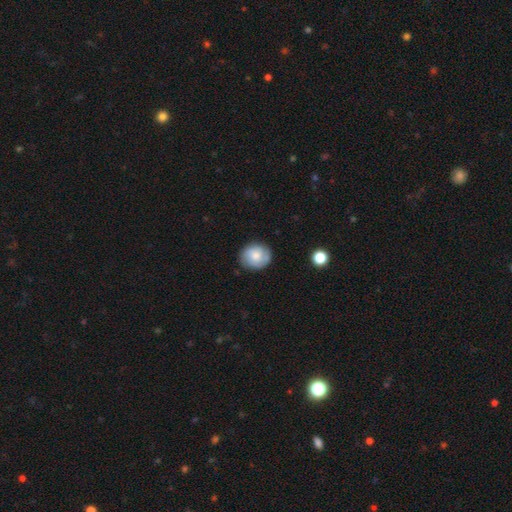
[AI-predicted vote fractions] A smooth galaxy with no disk features (61%) that is round (75%).

Vote fractions:
- Smooth or featured? smooth: 61% / featured or disk: 31% / star or artifact: 8%
- How rounded? round: 75% / in between: 24% / cigar-shaped: 1%
- Merging? none: 80% / minor disturbance: 15% / major disturbance: 3% / merger: 1%